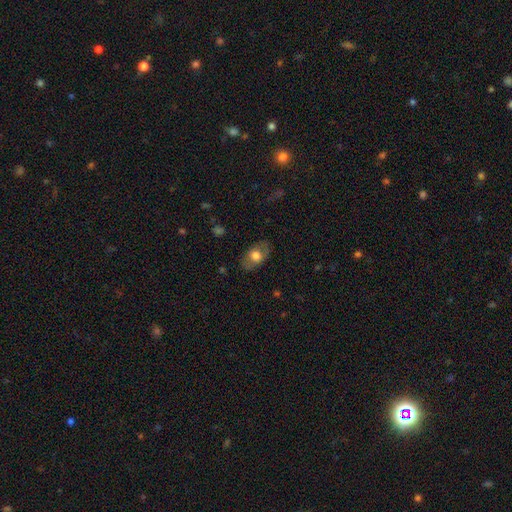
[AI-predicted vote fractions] Smooth or featured? Predicted: smooth (p=0.63). How rounded? Predicted: in between (p=0.84). Merging? Predicted: none (p=0.79).